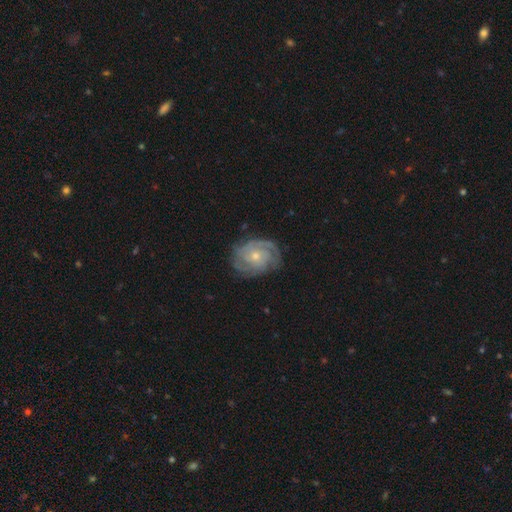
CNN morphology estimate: This appears to be a featured or disk galaxy (86%) with no bar (75%), 3 (33%) tight (69%) spiral arms (97%) and a small central bulge (55%). Merging: none (78%).